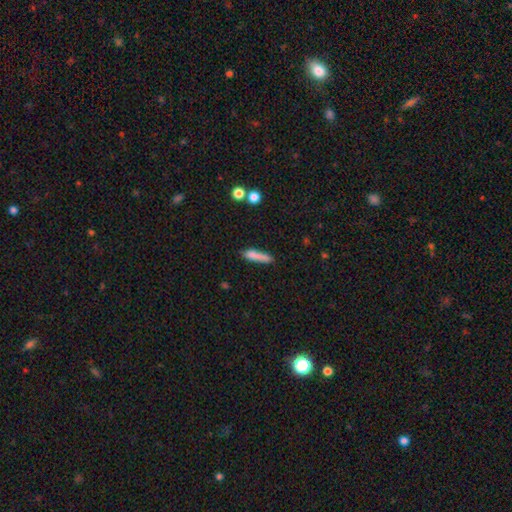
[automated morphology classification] smooth 78%, featured or disk 14%, star or artifact 8%. Down the decision tree: how rounded — cigar-shaped (83%); merging — none (63%).